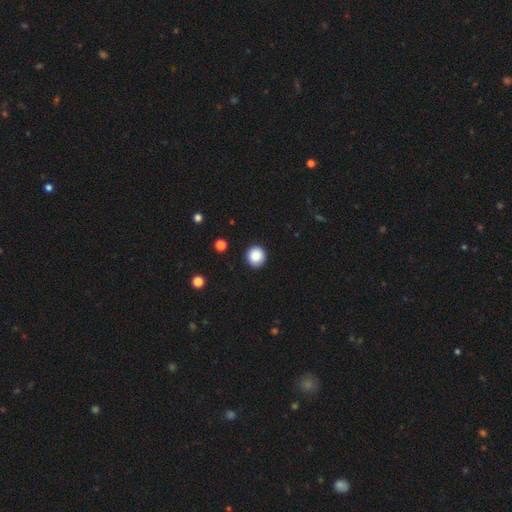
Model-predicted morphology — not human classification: Overall: smooth (88%). How rounded: round (93%). Merging: none (91%).